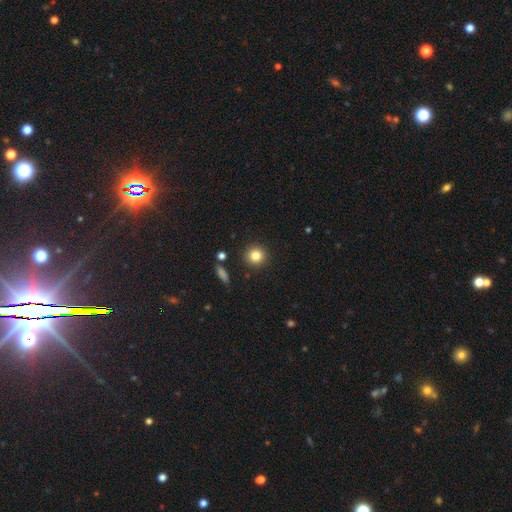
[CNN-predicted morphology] smooth-or-featured: smooth: 83% | star or artifact: 11% | featured or disk: 6%
  how-rounded: round: 92% | in between: 6% | cigar-shaped: 1%
  merging: none: 90% | minor disturbance: 6% | merger: 2% | major disturbance: 2%